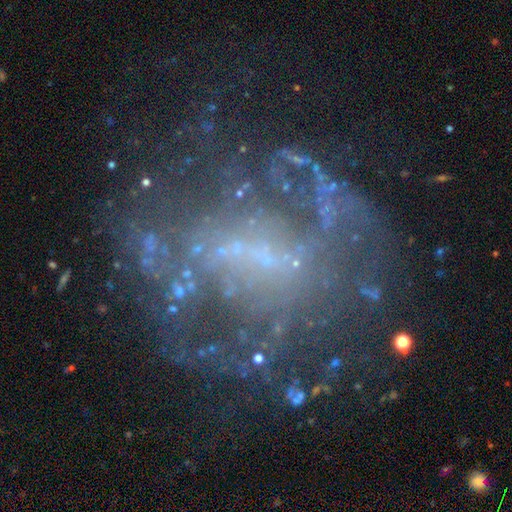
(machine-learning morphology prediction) Smooth or featured?
  - featured or disk: 74% *
  - star or artifact: 16%
  - smooth: 11%
Edge-on disk?
  - no: 97% *
  - yes: 3%
Bar?
  - no: 42% *
  - weak: 39%
  - strong: 19%
Spiral arms?
  - yes: 56% *
  - no: 44%
Bulge size?
  - none: 45% *
  - small: 40%
  - moderate: 11%
  - large: 2%
  - dominant: 1%
Merging?
  - none: 57% *
  - major disturbance: 24%
  - minor disturbance: 16%
  - merger: 3%